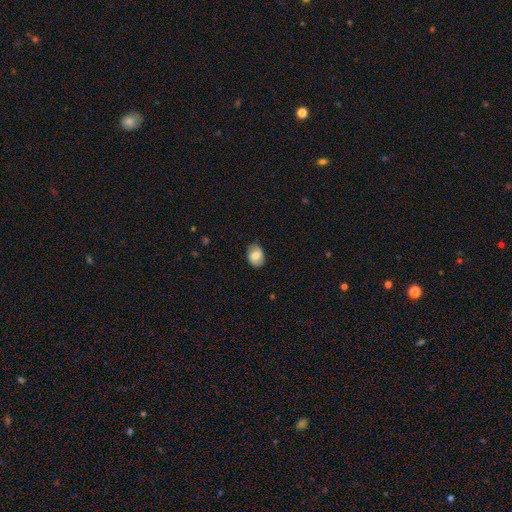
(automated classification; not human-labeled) Smooth or featured? Predicted: smooth (p=0.72). How rounded? Predicted: in between (p=0.71). Merging? Predicted: none (p=0.80).